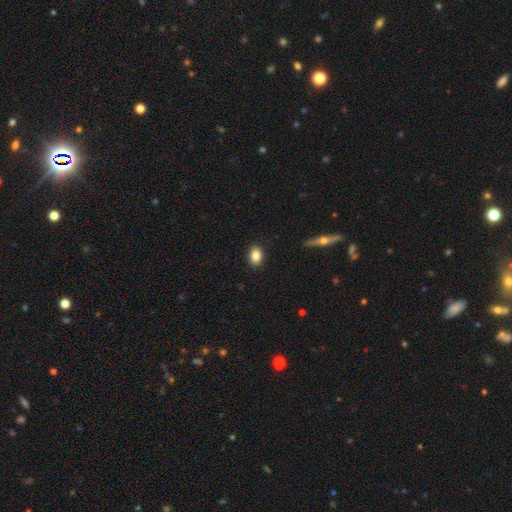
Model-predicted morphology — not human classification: A smooth galaxy with no disk features (84%) that is in between round and cigar-shaped (79%). Merging: none (89%).